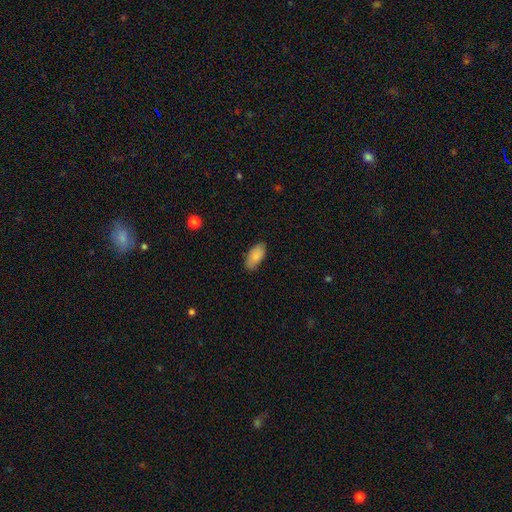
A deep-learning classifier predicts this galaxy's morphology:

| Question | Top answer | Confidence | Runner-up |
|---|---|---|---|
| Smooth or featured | smooth | 85% | featured or disk (9%) |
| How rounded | in between | 93% | cigar-shaped (4%) |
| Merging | none | 83% | minor disturbance (13%) |